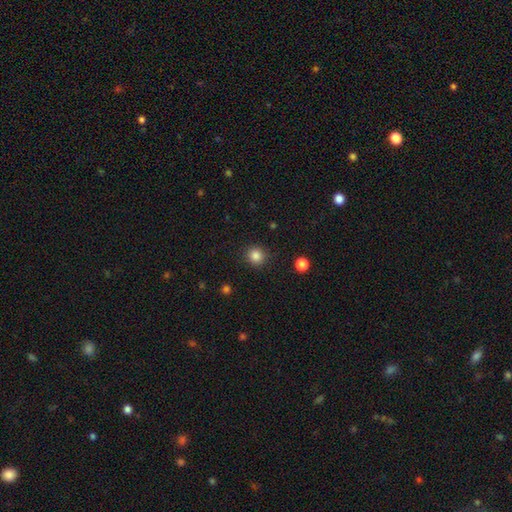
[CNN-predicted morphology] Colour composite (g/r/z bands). It shows a smooth galaxy with no disk features (85%) that is round (92%). Merging: none (91%).